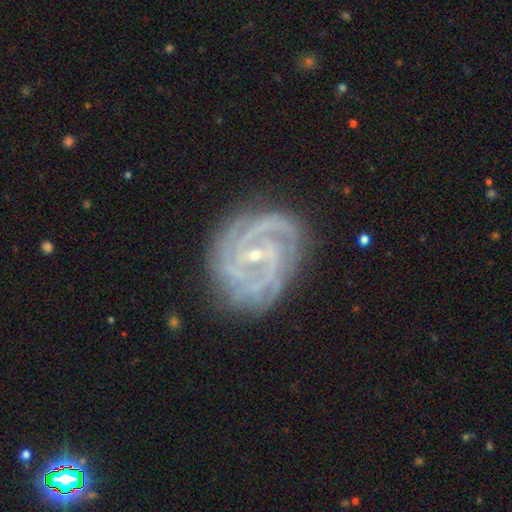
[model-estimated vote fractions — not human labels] Smooth or featured: featured or disk — 90% (star or artifact — 6%)
Edge-on disk: no — 98% (yes — 2%)
Bar: weak — 44% (no — 35%)
Spiral arms: yes — 98% (no — 2%)
Spiral winding: tight — 66% (medium — 30%)
Spiral arm count: 3 — 30% (2 — 23%)
Bulge size: small — 80% (moderate — 16%)
Merging: none — 77% (minor disturbance — 16%)